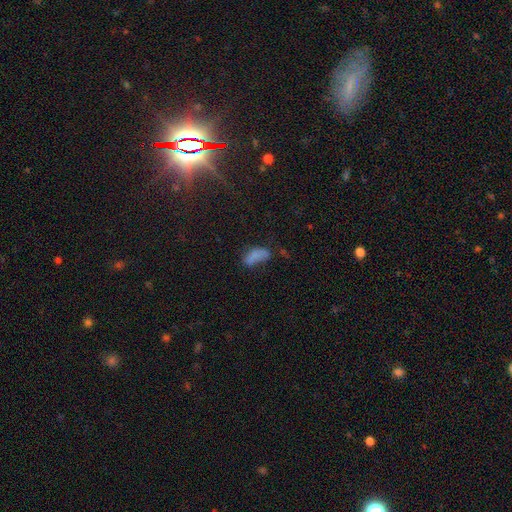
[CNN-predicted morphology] smooth 68%, featured or disk 17%, star or artifact 14%. Down the decision tree: how rounded — in between (86%); merging — none (35%).